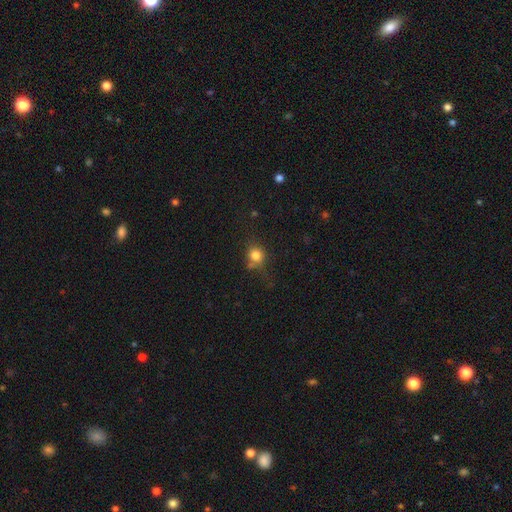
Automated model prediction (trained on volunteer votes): Morphology: type=smooth (80%); roundness=round (79%); merging=none (65%).